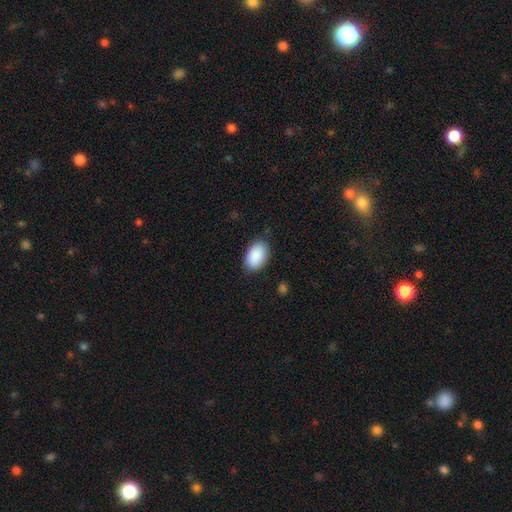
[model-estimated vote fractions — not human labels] Morphology: type=smooth (91%); roundness=in between (92%); merging=none (84%).